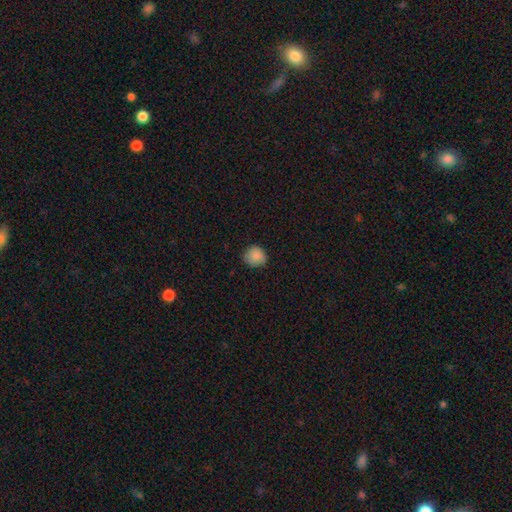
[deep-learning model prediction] Smooth or featured?
  - smooth: 87% *
  - star or artifact: 9%
  - featured or disk: 4%
How rounded?
  - round: 84% *
  - in between: 15%
  - cigar-shaped: 1%
Merging?
  - none: 79% *
  - minor disturbance: 17%
  - major disturbance: 3%
  - merger: 1%